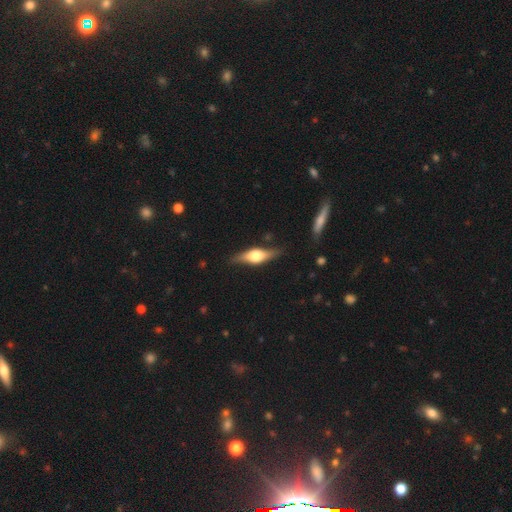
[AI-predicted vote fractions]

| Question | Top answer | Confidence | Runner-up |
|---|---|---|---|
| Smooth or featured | featured or disk | 62% | smooth (32%) |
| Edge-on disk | yes | 93% | no (7%) |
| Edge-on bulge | rounded | 92% | boxy (7%) |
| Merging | none | 82% | minor disturbance (13%) |